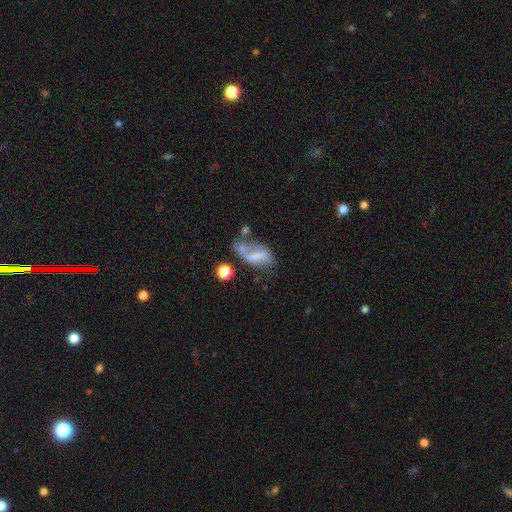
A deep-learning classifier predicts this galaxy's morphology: A featured or disk galaxy (62%) with a strong bar (40%), spiral arms (69%) and no central bulge (51%).

Vote fractions:
- Smooth or featured? featured or disk: 62% / smooth: 27% / star or artifact: 11%
- Edge-on disk? no: 94% / yes: 6%
- Bar? strong: 40% / weak: 33% / no: 26%
- Spiral arms? yes: 69% / no: 31%
- Bulge size? none: 51% / small: 27% / moderate: 17% / large: 4% / dominant: 2%
- Merging? none: 34% / major disturbance: 26% / minor disturbance: 23% / merger: 18%